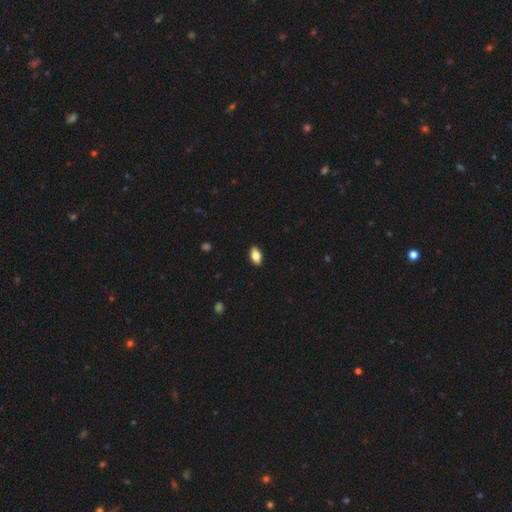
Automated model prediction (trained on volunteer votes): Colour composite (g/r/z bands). It shows a smooth galaxy with no disk features (82%) that is in between round and cigar-shaped (91%). Merging: none (90%).